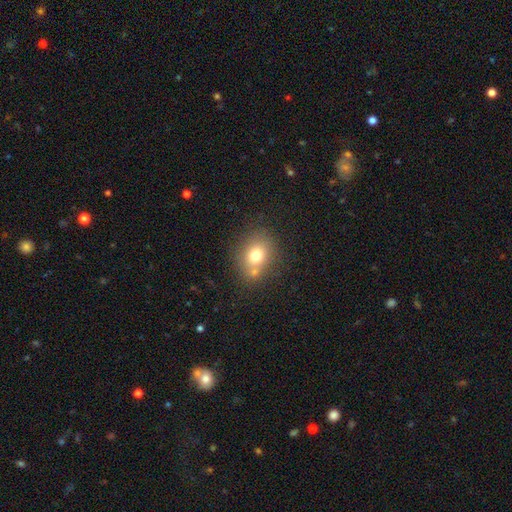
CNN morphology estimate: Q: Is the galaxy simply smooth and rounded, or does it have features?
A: smooth — 73%.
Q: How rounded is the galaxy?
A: round — 53%.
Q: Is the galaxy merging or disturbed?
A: none — 62%.